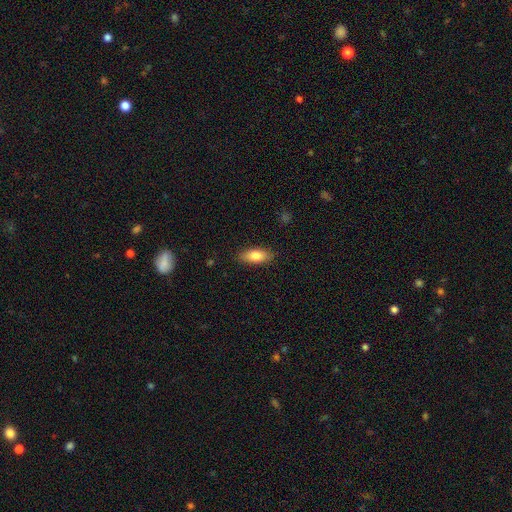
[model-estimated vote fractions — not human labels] smooth-or-featured: smooth: 80% | featured or disk: 14% | star or artifact: 7%
  how-rounded: in between: 79% | cigar-shaped: 19% | round: 3%
  merging: none: 87% | minor disturbance: 10% | major disturbance: 2% | merger: 1%